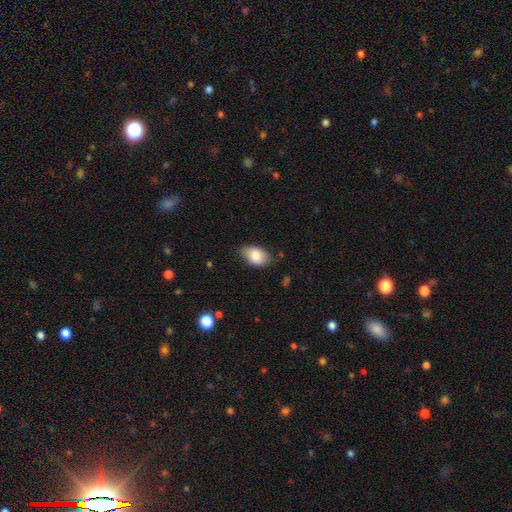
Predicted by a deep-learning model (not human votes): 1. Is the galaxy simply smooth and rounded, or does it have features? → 84% smooth, 9% featured or disk, 7% star or artifact.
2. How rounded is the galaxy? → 91% in between, 8% round, 1% cigar-shaped.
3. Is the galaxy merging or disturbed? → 73% none, 22% minor disturbance, 4% major disturbance, 1% merger.